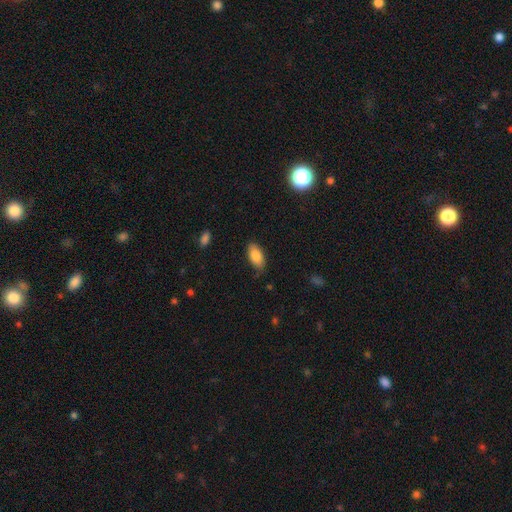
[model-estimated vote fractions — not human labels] smooth-or-featured: smooth: 87% | star or artifact: 7% | featured or disk: 7%
  how-rounded: in between: 92% | cigar-shaped: 5% | round: 2%
  merging: none: 82% | minor disturbance: 14% | major disturbance: 3% | merger: 1%